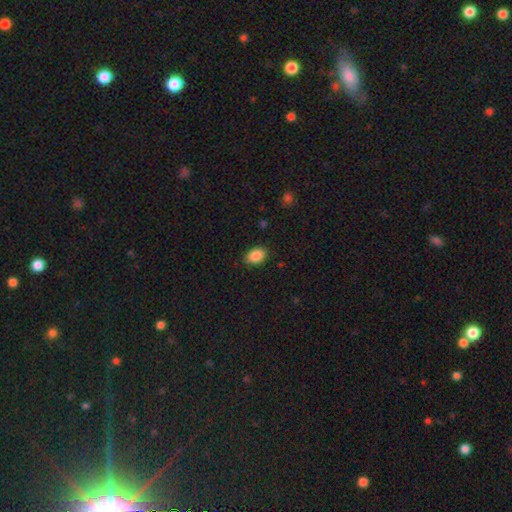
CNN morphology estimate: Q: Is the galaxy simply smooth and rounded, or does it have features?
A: smooth — 89%.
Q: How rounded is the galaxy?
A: in between — 85%.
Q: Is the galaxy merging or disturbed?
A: none — 87%.